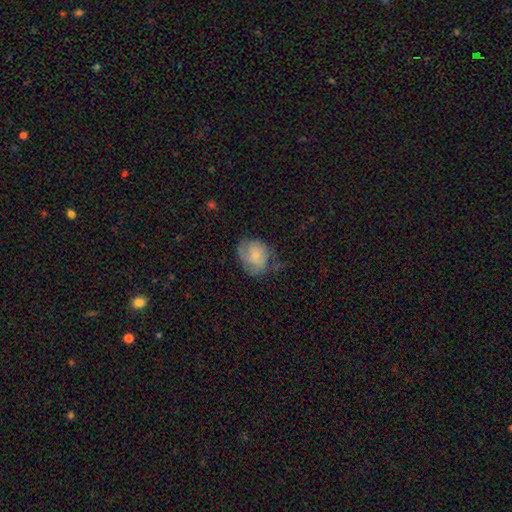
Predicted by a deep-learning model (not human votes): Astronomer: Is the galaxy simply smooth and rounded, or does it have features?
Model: smooth — 56% (runner-up: featured or disk, 36%).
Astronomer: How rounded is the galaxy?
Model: round — 61% (runner-up: in between, 38%).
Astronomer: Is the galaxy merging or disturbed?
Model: none — 48% (runner-up: minor disturbance, 32%).